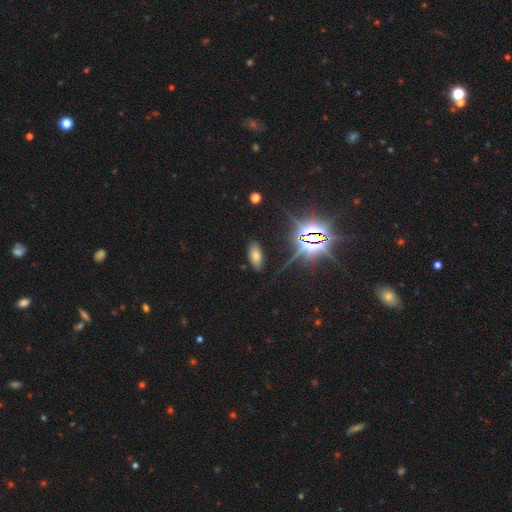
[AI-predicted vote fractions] smooth-or-featured: smooth: 47% | star or artifact: 39% | featured or disk: 14%
  merging: none: 84% | minor disturbance: 11% | major disturbance: 4% | merger: 2%